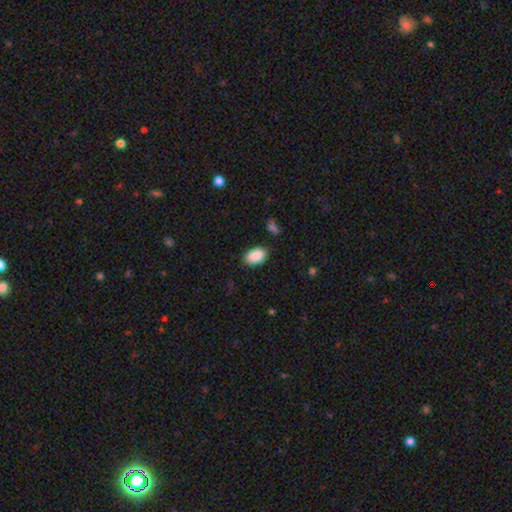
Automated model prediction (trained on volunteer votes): smooth_or_featured: smooth (p=0.90) [alt: star or artifact p=0.07]
how_rounded: in between (p=0.92) [alt: round p=0.07]
merging: none (p=0.86) [alt: minor disturbance p=0.10]